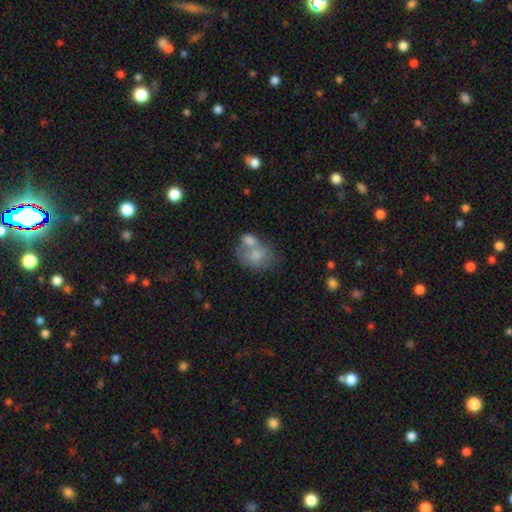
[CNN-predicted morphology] A smooth galaxy with no disk features (70%) that is in between round and cigar-shaped (66%).

Vote fractions:
- Smooth or featured? smooth: 70% / featured or disk: 22% / star or artifact: 7%
- How rounded? in between: 66% / round: 33% / cigar-shaped: 1%
- Merging? merger: 56% / none: 24% / minor disturbance: 12% / major disturbance: 7%